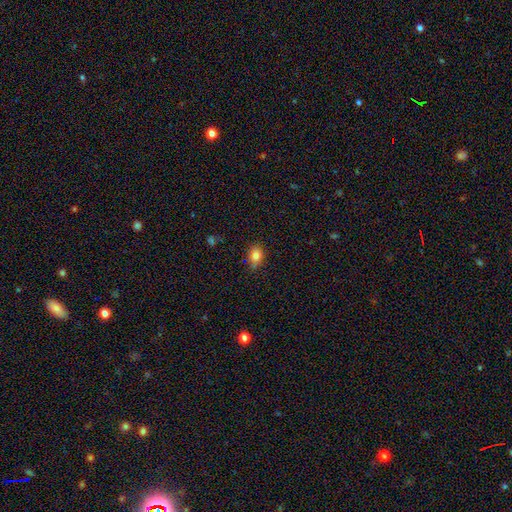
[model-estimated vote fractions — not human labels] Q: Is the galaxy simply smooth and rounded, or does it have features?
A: smooth — 83%.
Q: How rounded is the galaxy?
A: in between — 68%.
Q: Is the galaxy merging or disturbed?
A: none — 75%.